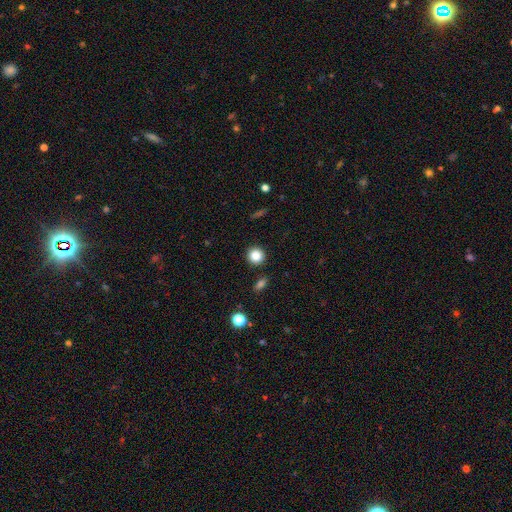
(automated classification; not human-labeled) Smooth or featured?
  - smooth: 85% *
  - star or artifact: 10%
  - featured or disk: 5%
How rounded?
  - round: 93% *
  - in between: 6%
  - cigar-shaped: 1%
Merging?
  - none: 90% *
  - minor disturbance: 6%
  - merger: 2%
  - major disturbance: 2%